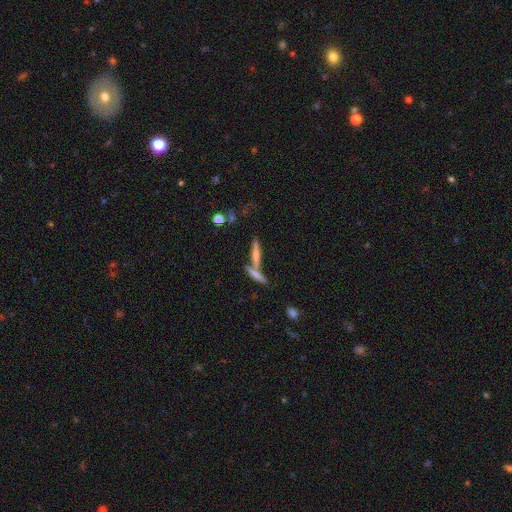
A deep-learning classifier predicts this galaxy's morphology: Overall: featured or disk (44%; smooth 42%). Merging: none (53%; merger 35%).